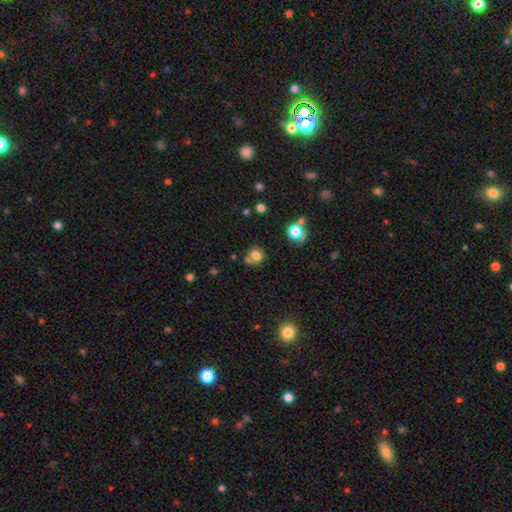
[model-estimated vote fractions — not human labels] smooth 77%, star or artifact 14%, featured or disk 9%. Down the decision tree: how rounded — round (81%); merging — none (59%).